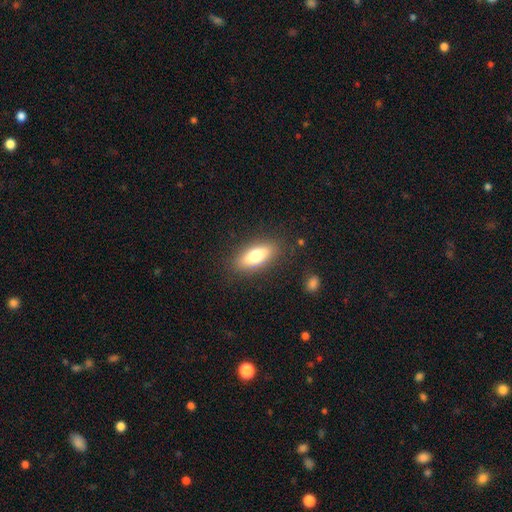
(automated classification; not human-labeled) smooth-or-featured: smooth: 68% | featured or disk: 24% | star or artifact: 7%
  how-rounded: in between: 70% | cigar-shaped: 27% | round: 3%
  merging: none: 85% | minor disturbance: 10% | major disturbance: 3% | merger: 1%